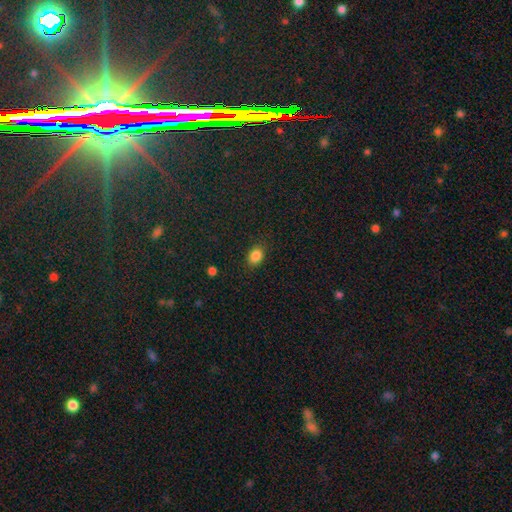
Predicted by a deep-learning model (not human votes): smooth 85%, star or artifact 10%, featured or disk 4%. Down the decision tree: how rounded — in between (69%); merging — none (85%).